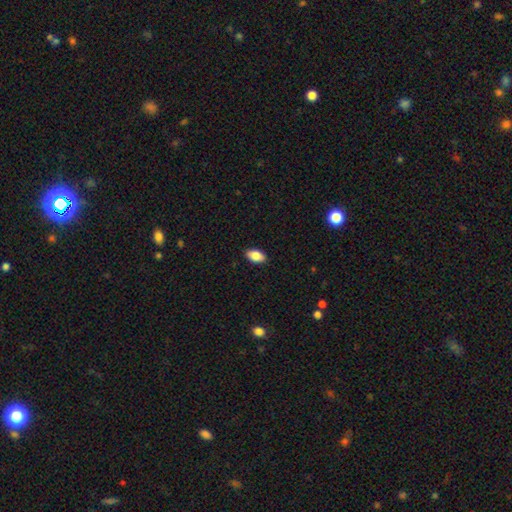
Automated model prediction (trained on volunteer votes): smooth 85%, featured or disk 8%, star or artifact 7%. Down the decision tree: how rounded — in between (92%); merging — none (89%).